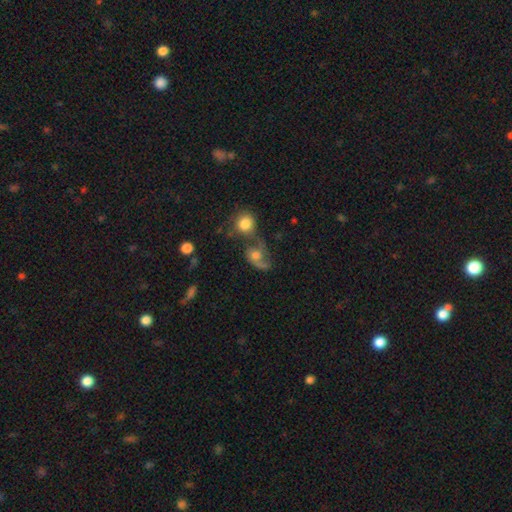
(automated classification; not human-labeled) Q: Smooth or featured?
A: featured or disk (48%); runner-up: smooth (40%)
Q: Merging?
A: merger (47%); runner-up: none (22%)